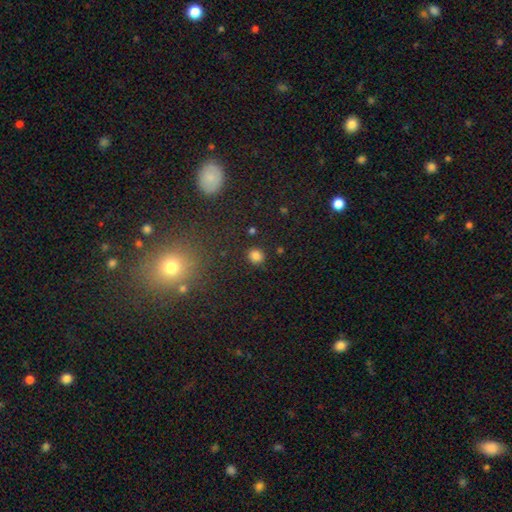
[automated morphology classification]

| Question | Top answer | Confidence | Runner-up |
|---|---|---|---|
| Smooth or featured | smooth | 82% | star or artifact (13%) |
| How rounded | round | 85% | in between (14%) |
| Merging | none | 88% | minor disturbance (8%) |